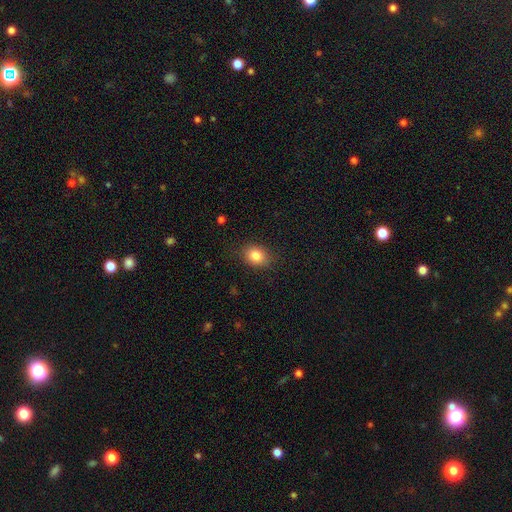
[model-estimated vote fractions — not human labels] Smooth or featured? Predicted: smooth (p=0.83). How rounded? Predicted: in between (p=0.56). Merging? Predicted: none (p=0.83).